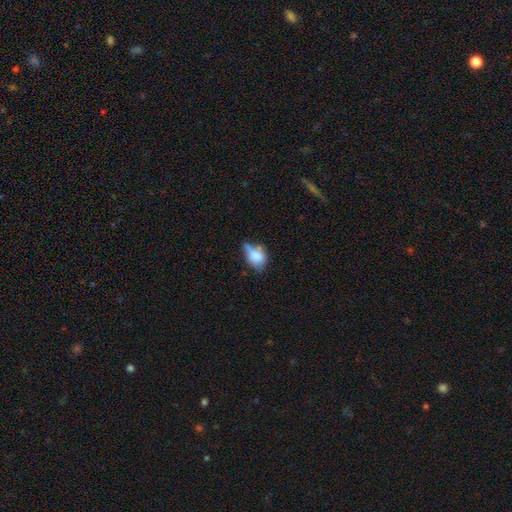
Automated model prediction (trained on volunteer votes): This is likely a smooth galaxy (70%). How rounded: likely in between (70%). Merging: marginally none (34%).